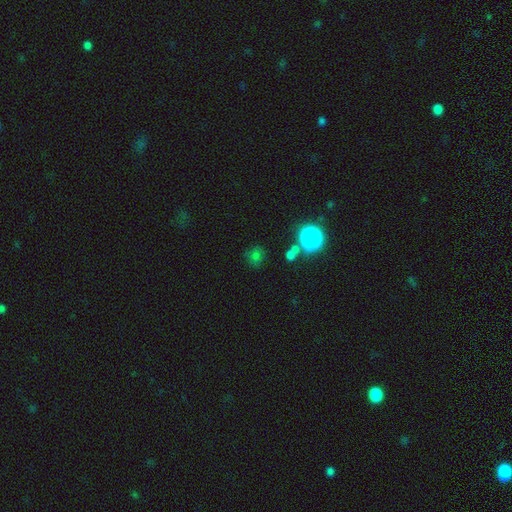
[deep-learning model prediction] Smooth or featured? Predicted: smooth (p=0.65). How rounded? Predicted: round (p=0.82). Merging? Predicted: none (p=0.72).